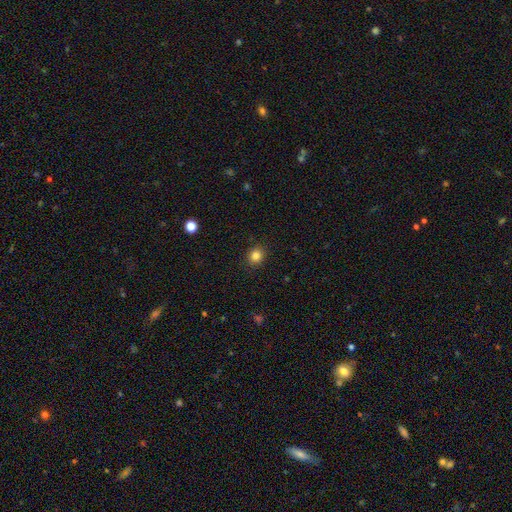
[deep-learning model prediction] Smooth or featured?
  - smooth: 84% *
  - star or artifact: 12%
  - featured or disk: 4%
How rounded?
  - round: 81% *
  - in between: 18%
  - cigar-shaped: 1%
Merging?
  - none: 90% *
  - minor disturbance: 7%
  - major disturbance: 2%
  - merger: 1%